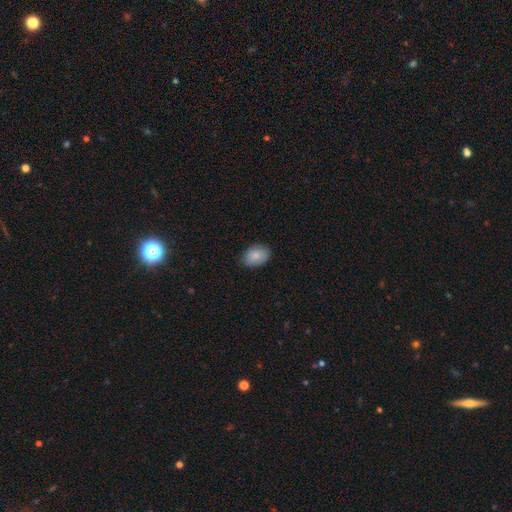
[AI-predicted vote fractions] The model was most divided on "how rounded": in between: 80%, round: 19%, cigar-shaped: 1%. More confident: smooth or featured — smooth (84%); merging — none (81%).